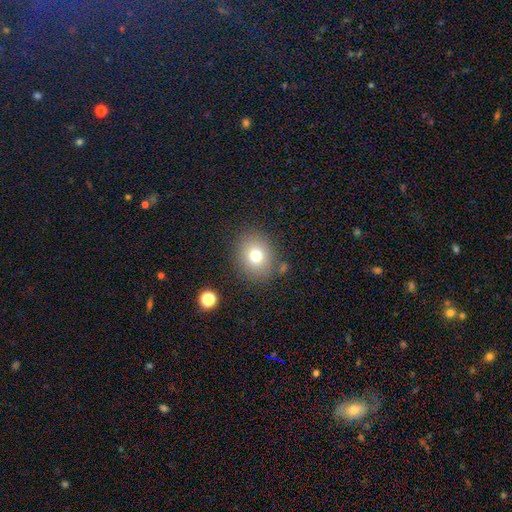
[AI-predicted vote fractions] A smooth galaxy with no disk features (75%) that is round (66%). Merging: none (82%).